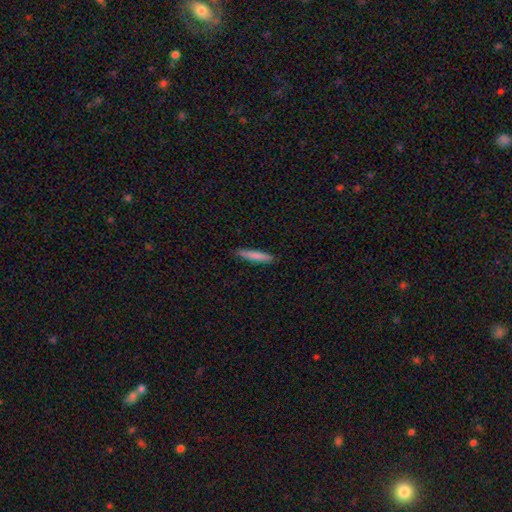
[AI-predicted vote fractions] Q: Smooth or featured?
A: smooth (79%); runner-up: featured or disk (15%)
Q: How rounded?
A: cigar-shaped (94%); runner-up: in between (5%)
Q: Merging?
A: none (89%); runner-up: minor disturbance (8%)